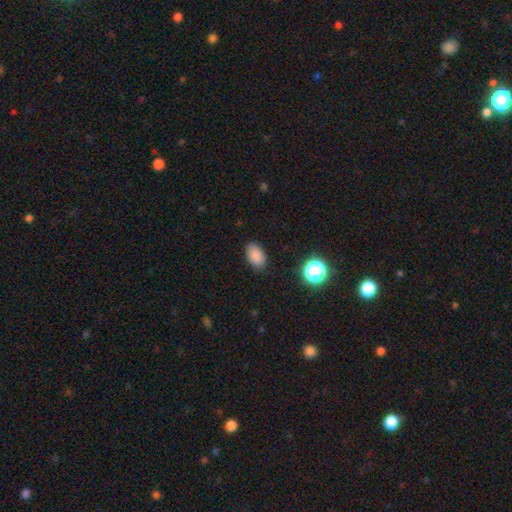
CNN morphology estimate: smooth 85%, star or artifact 11%, featured or disk 4%. Down the decision tree: how rounded — in between (89%); merging — none (84%).